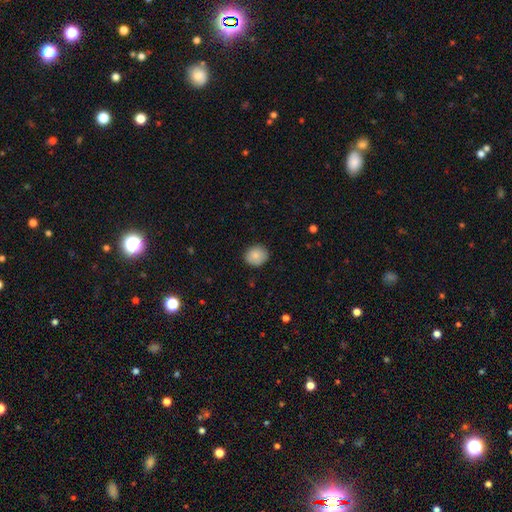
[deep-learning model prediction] Smooth or featured? smooth (85%)
How rounded? round (73%)
Merging? none (86%)